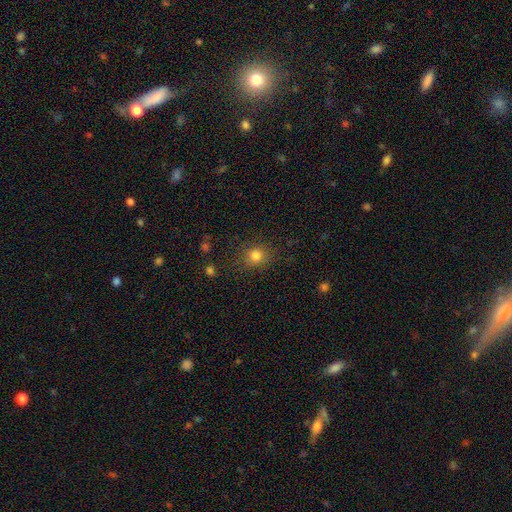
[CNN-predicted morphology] smooth_or_featured: smooth (p=0.81) [alt: star or artifact p=0.13]
how_rounded: round (p=0.83) [alt: in between p=0.16]
merging: none (p=0.83) [alt: minor disturbance p=0.11]